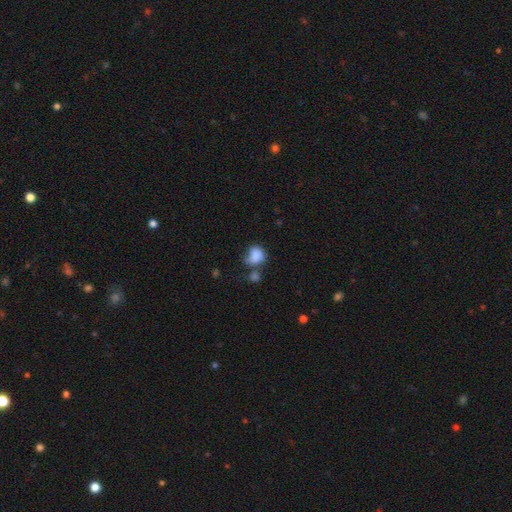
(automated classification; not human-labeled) smooth 83%, star or artifact 9%, featured or disk 8%. Down the decision tree: how rounded — round (59%); merging — none (35%).